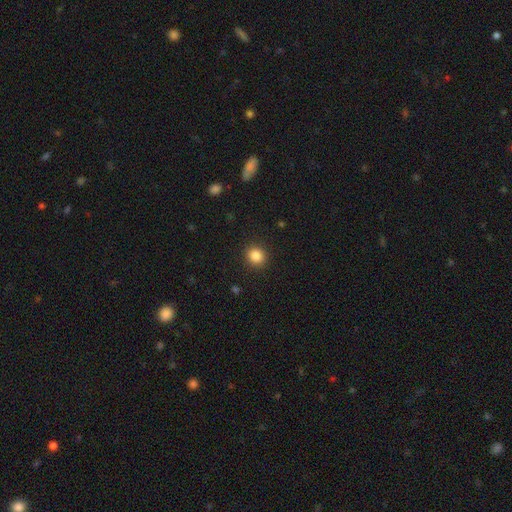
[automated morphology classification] Smooth or featured?
  - smooth: 86% *
  - star or artifact: 10%
  - featured or disk: 4%
How rounded?
  - round: 86% *
  - in between: 13%
  - cigar-shaped: 1%
Merging?
  - none: 91% *
  - minor disturbance: 6%
  - major disturbance: 2%
  - merger: 1%